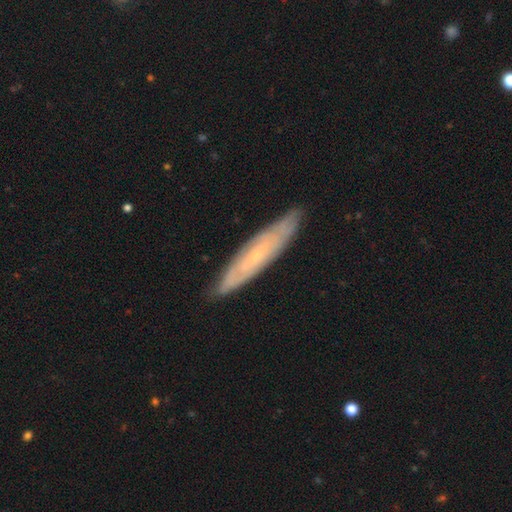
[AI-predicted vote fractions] A featured or disk galaxy (64%). Merging: none (85%).